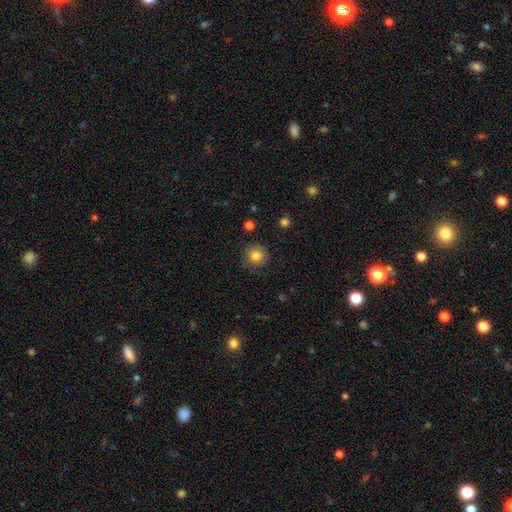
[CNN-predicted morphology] smooth_or_featured: smooth (p=0.81) [alt: star or artifact p=0.10]
how_rounded: round (p=0.92) [alt: in between p=0.07]
merging: none (p=0.87) [alt: minor disturbance p=0.09]